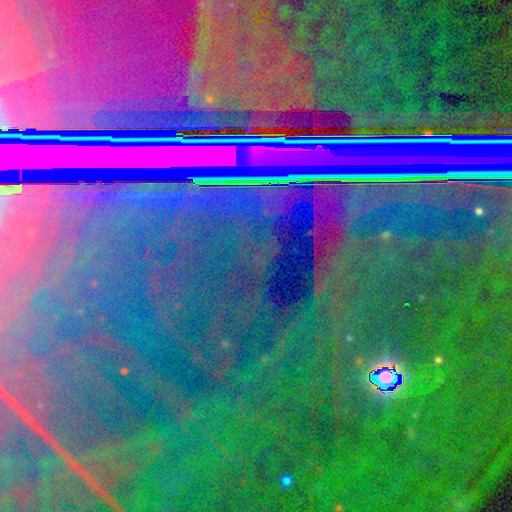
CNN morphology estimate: Q: Smooth or featured?
A: star or artifact (88%); runner-up: featured or disk (7%)